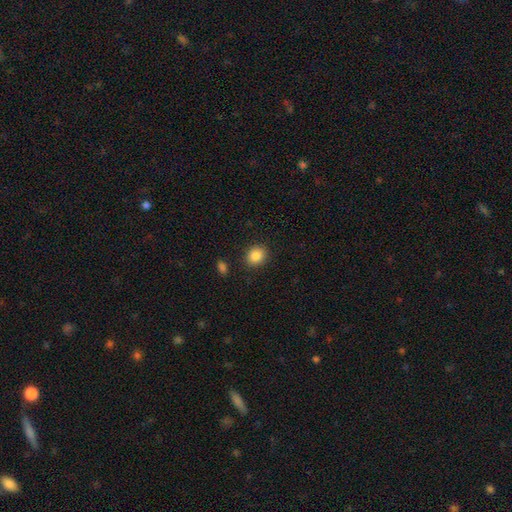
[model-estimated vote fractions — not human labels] Overall: smooth (87%). How rounded: round (65%; in between 34%). Merging: none (88%).